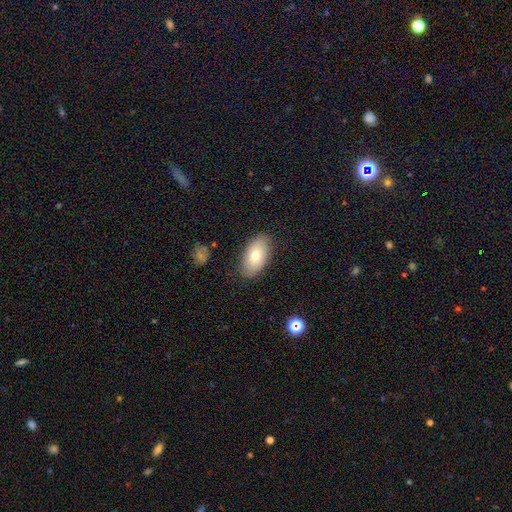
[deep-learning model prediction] Smooth or featured? Predicted: smooth (p=0.73). How rounded? Predicted: in between (p=0.94). Merging? Predicted: none (p=0.85).